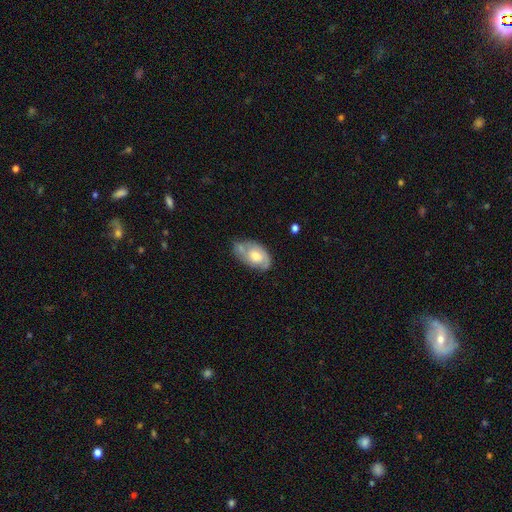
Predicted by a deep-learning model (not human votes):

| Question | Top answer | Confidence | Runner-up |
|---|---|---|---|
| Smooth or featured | featured or disk | 58% | smooth (35%) |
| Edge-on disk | no | 94% | yes (6%) |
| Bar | no | 75% | weak (22%) |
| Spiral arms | yes | 76% | no (24%) |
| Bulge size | moderate | 62% | small (19%) |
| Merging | none | 50% | minor disturbance (31%) |